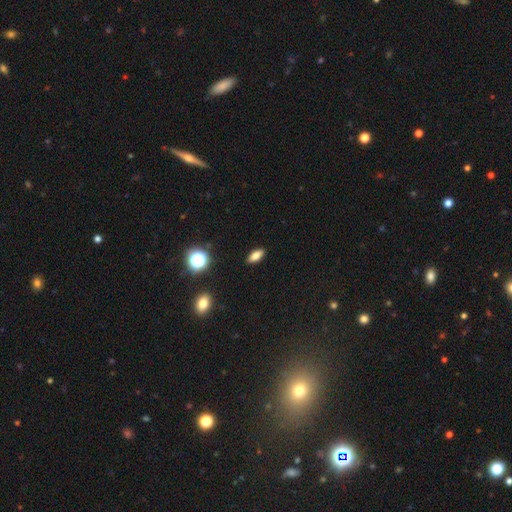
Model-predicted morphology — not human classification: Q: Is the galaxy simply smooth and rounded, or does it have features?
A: smooth — 78%.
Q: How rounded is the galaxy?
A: in between — 79%.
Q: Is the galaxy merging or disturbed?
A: none — 90%.